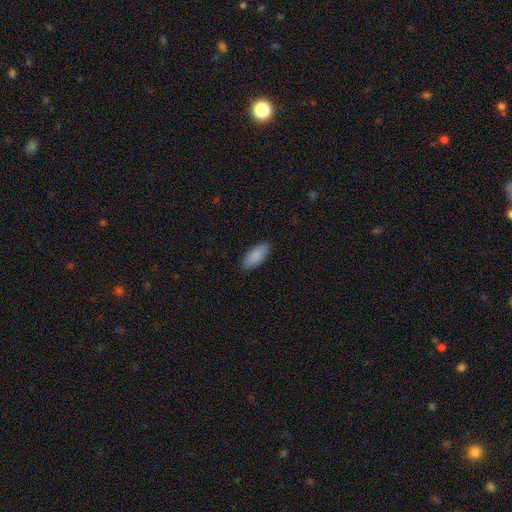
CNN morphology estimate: This appears to be a smooth galaxy with no disk features (89%) that is in between round and cigar-shaped (85%). Merging: none (89%).